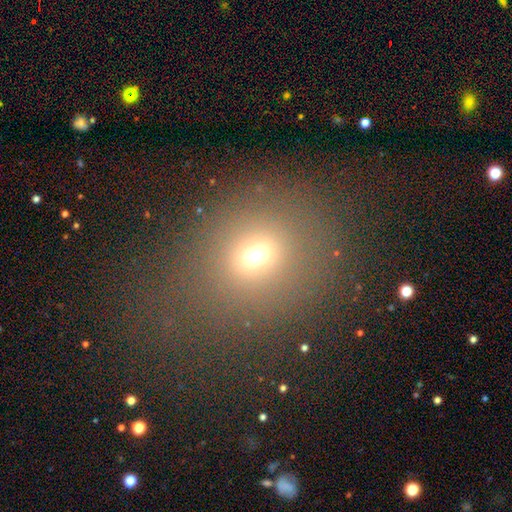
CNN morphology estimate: This appears to be a smooth galaxy with no disk features (65%) that is round (67%). Merging: none (71%).